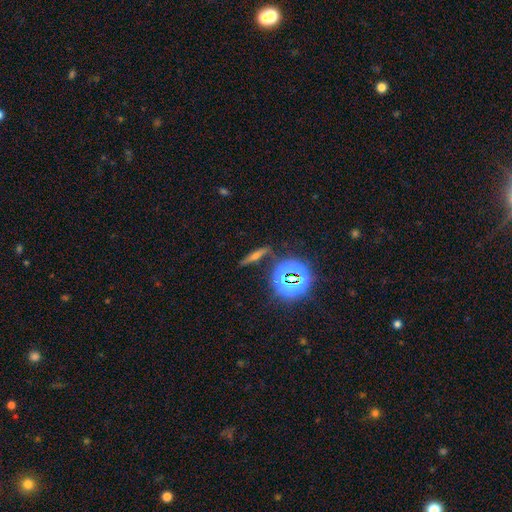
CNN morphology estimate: A featured or disk galaxy (38%).

Vote fractions:
- Smooth or featured? featured or disk: 38% / smooth: 34% / star or artifact: 28%
- Merging? none: 79% / minor disturbance: 12% / merger: 5% / major disturbance: 4%